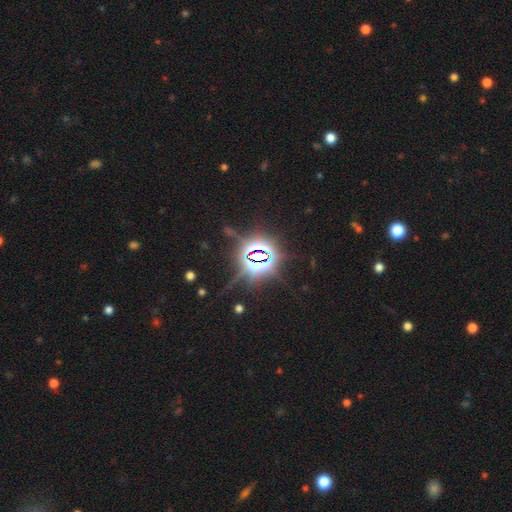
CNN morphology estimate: star or artifact 86%, smooth 8%, featured or disk 6%.